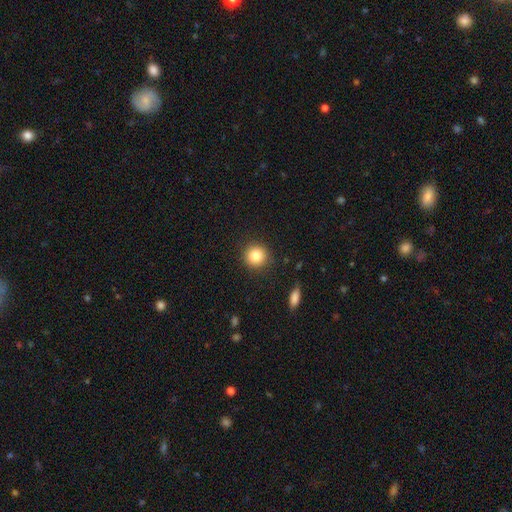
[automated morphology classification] Smooth or featured?
  - smooth: 84% *
  - star or artifact: 10%
  - featured or disk: 6%
How rounded?
  - round: 92% *
  - in between: 7%
  - cigar-shaped: 1%
Merging?
  - none: 89% *
  - minor disturbance: 7%
  - major disturbance: 2%
  - merger: 1%